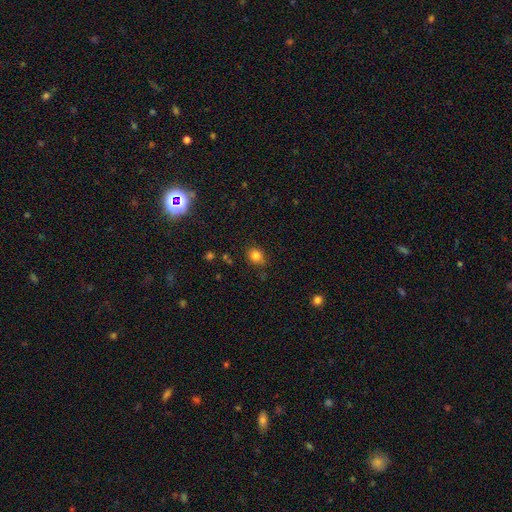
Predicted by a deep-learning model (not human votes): Smooth or featured? Predicted: smooth (p=0.82). How rounded? Predicted: round (p=0.66). Merging? Predicted: none (p=0.78).